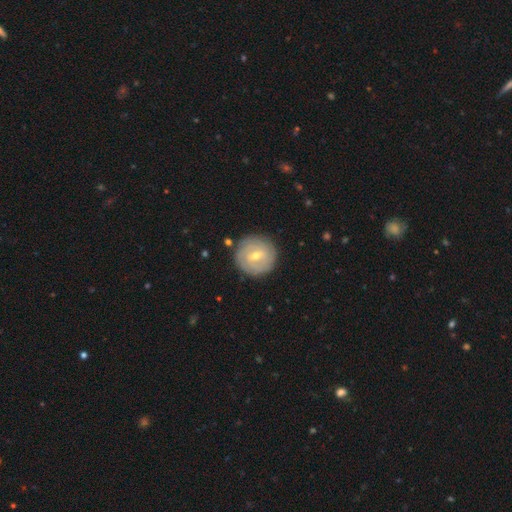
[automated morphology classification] featured or disk 64%, smooth 28%, star or artifact 7%. Down the decision tree: edge-on disk — no (97%); bar — weak (57%); spiral arms — yes (77%); bulge size — moderate (49%); merging — none (87%).